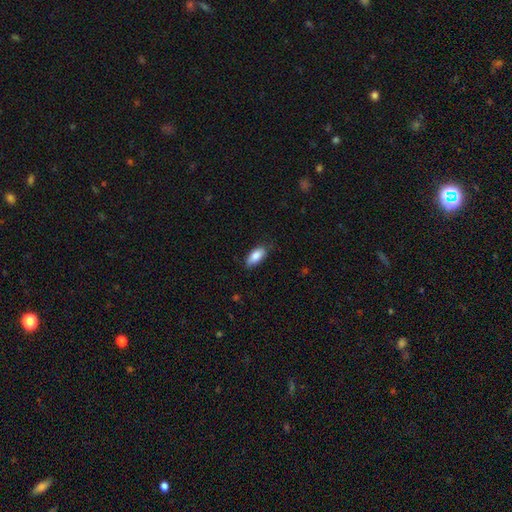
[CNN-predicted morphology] smooth_or_featured: smooth (p=0.86) [alt: featured or disk p=0.08]
how_rounded: in between (p=0.88) [alt: cigar-shaped p=0.10]
merging: none (p=0.76) [alt: minor disturbance p=0.20]